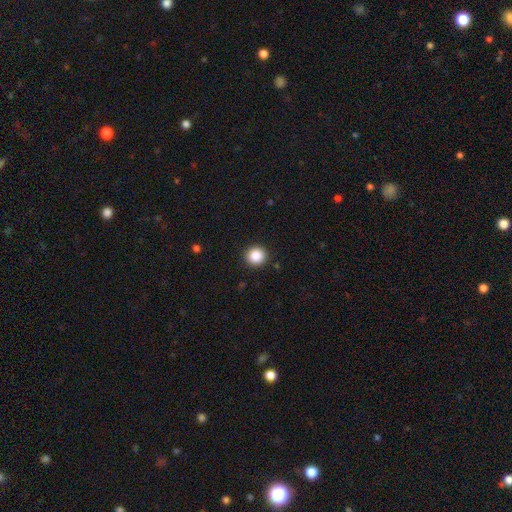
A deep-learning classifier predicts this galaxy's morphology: The model was most divided on "smooth or featured": smooth: 87%, star or artifact: 10%, featured or disk: 3%. More confident: how rounded — round (94%); merging — none (91%).